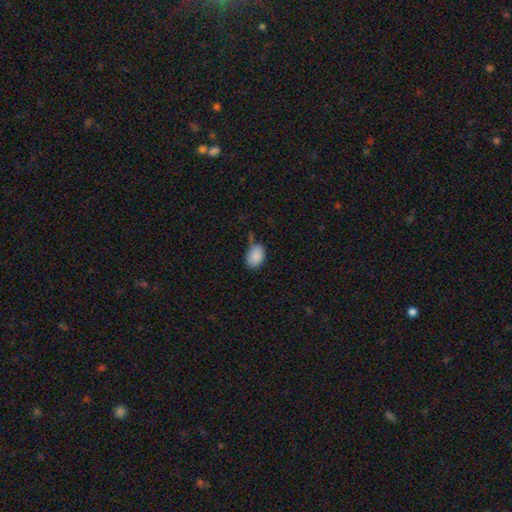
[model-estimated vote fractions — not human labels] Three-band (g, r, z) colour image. It shows a smooth galaxy with no disk features (88%) that is in between round and cigar-shaped (83%). Merging: none (61%).